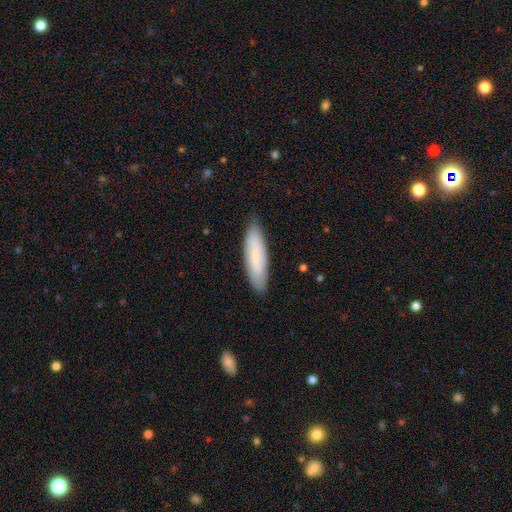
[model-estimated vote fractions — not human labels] smooth-or-featured: smooth: 74% | featured or disk: 19% | star or artifact: 6%
  how-rounded: cigar-shaped: 62% | in between: 36% | round: 1%
  merging: none: 84% | minor disturbance: 13% | major disturbance: 2% | merger: 1%